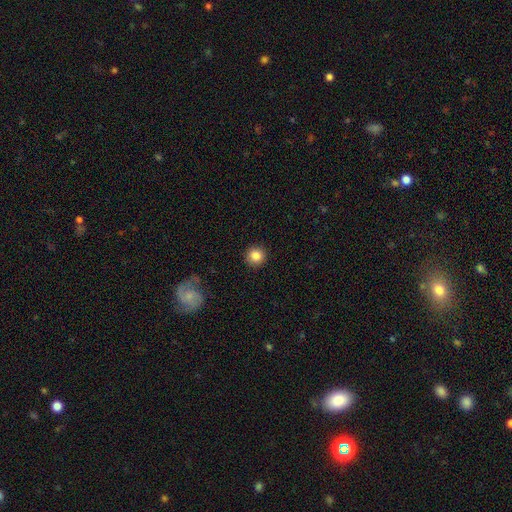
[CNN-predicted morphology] Overall: smooth (85%). How rounded: round (94%). Merging: none (92%).